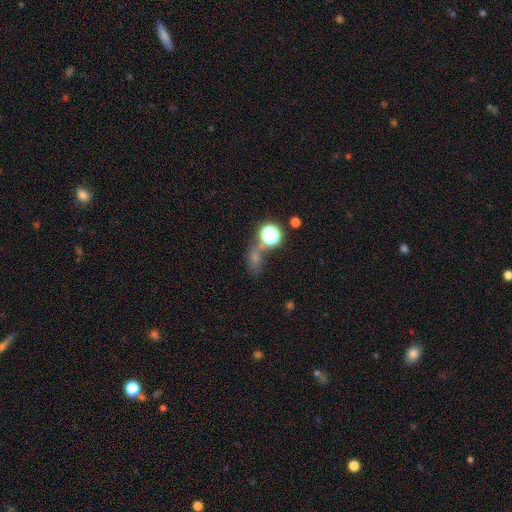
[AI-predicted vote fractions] This is possibly a star or artifact rather than a galaxy (45%).